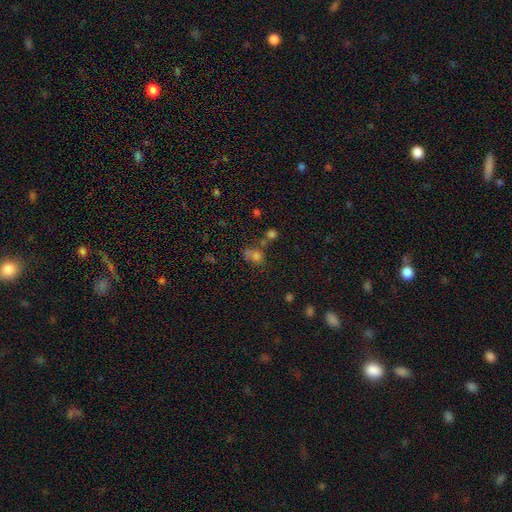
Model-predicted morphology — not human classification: Smooth or featured? smooth (63%)
How rounded? round (69%)
Merging? none (43%)